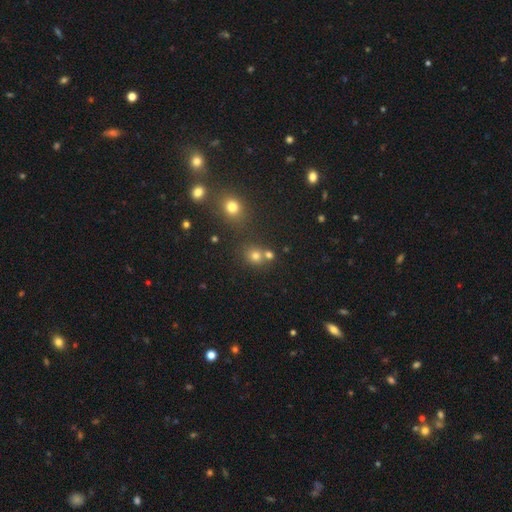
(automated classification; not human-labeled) This appears to be a smooth galaxy with no disk features (70%) that is round (85%). Merging: none (64%).